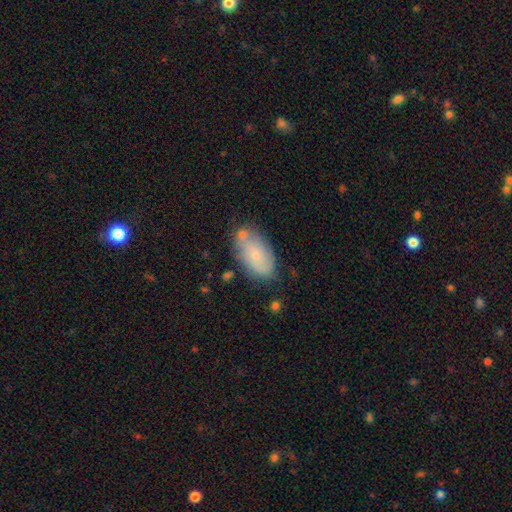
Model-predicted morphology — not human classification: A smooth galaxy with no disk features (62%) that is in between round and cigar-shaped (93%).

Vote fractions:
- Smooth or featured? smooth: 62% / featured or disk: 30% / star or artifact: 7%
- How rounded? in between: 93% / round: 4% / cigar-shaped: 3%
- Merging? none: 63% / minor disturbance: 23% / merger: 9% / major disturbance: 6%